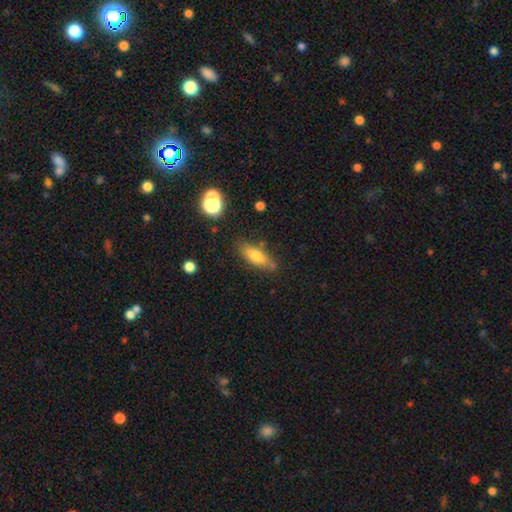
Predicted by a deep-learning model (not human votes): Smooth or featured? Predicted: smooth (p=0.72). How rounded? Predicted: in between (p=0.59). Merging? Predicted: none (p=0.74).